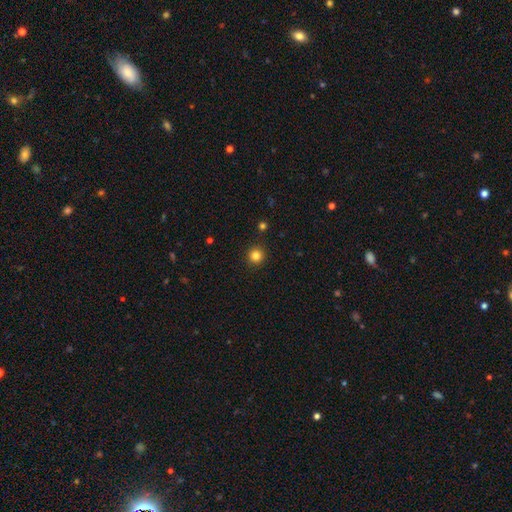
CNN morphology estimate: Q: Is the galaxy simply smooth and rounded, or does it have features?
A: smooth — 83%.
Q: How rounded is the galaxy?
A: round — 94%.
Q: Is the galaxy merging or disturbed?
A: none — 91%.